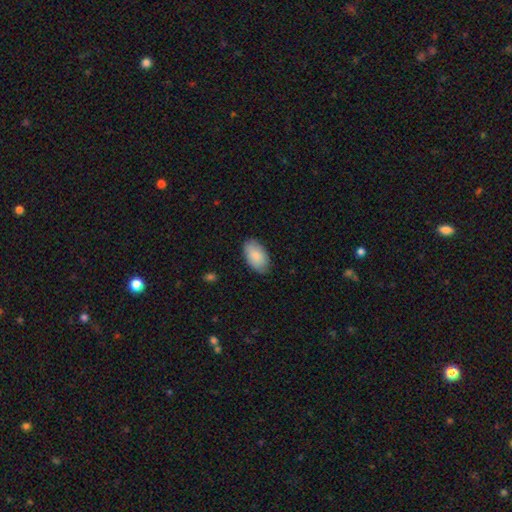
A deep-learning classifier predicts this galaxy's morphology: This is clearly a smooth galaxy (87%). How rounded: clearly in between (95%). Merging: clearly none (84%).